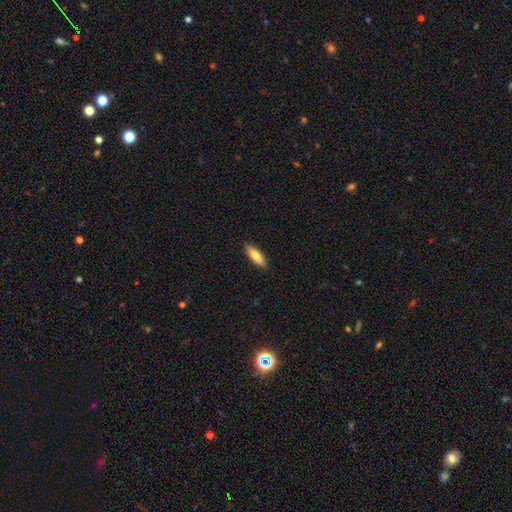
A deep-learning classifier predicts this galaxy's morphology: smooth_or_featured: smooth (p=0.80) [alt: featured or disk p=0.14]
how_rounded: in between (p=0.51) [alt: cigar-shaped p=0.47]
merging: none (p=0.90) [alt: minor disturbance p=0.08]